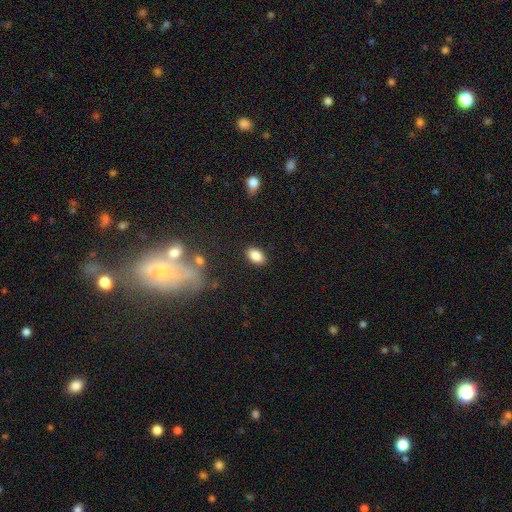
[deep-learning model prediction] Smooth or featured? Predicted: smooth (p=0.86). How rounded? Predicted: in between (p=0.88). Merging? Predicted: none (p=0.87).